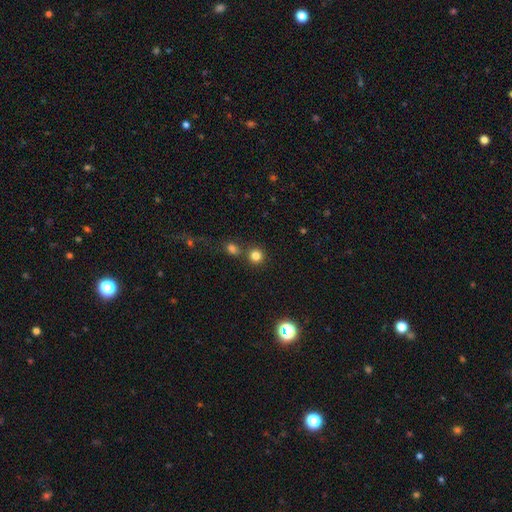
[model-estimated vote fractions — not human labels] Overall: smooth (81%). How rounded: round (91%). Merging: none (72%).